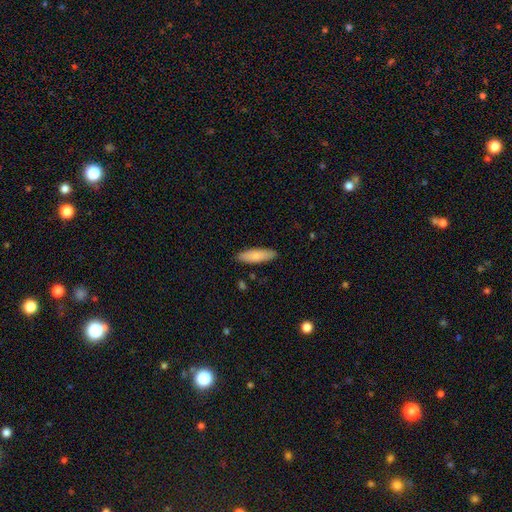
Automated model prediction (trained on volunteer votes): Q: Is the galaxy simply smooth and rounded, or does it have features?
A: smooth — 83%.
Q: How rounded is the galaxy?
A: in between — 51%.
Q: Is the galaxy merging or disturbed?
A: none — 88%.